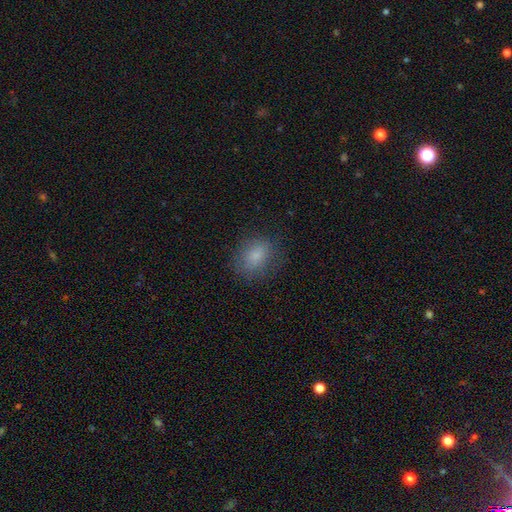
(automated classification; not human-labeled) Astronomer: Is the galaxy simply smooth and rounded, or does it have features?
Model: smooth — 82%.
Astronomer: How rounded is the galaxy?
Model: in between — 55% (runner-up: round, 44%).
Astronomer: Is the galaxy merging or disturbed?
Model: none — 78%.